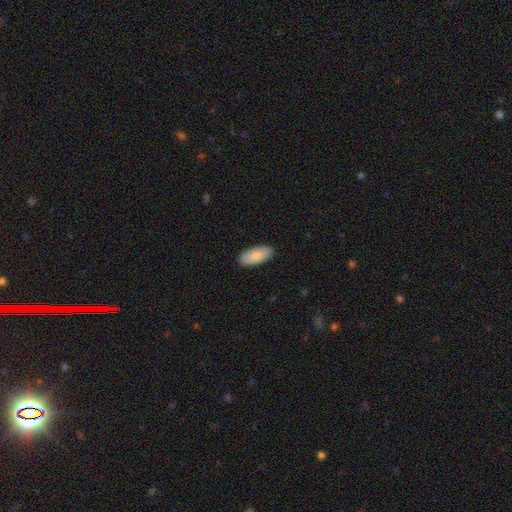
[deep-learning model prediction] Q: Smooth or featured?
A: smooth (84%); runner-up: featured or disk (11%)
Q: How rounded?
A: in between (89%); runner-up: cigar-shaped (9%)
Q: Merging?
A: none (89%); runner-up: minor disturbance (8%)